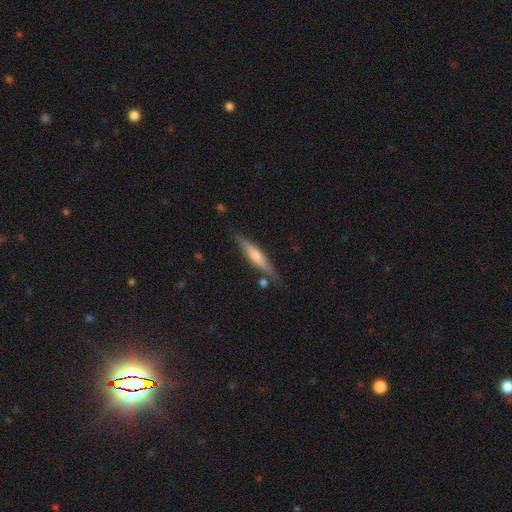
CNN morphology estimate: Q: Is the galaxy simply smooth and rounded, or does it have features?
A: featured or disk — 58%.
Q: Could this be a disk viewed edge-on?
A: yes — 95%.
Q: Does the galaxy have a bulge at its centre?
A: rounded — 73%.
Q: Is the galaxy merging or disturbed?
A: none — 81%.